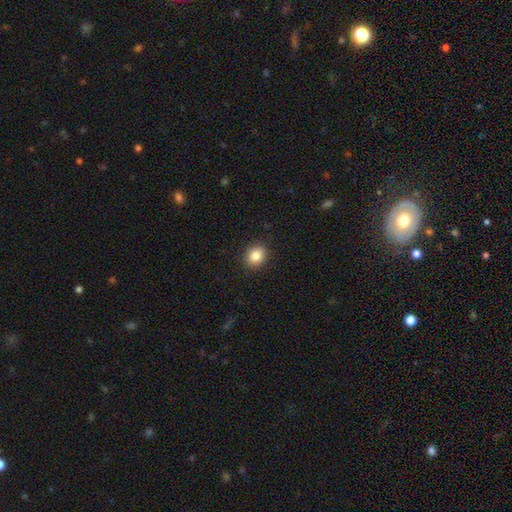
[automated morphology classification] A smooth galaxy with no disk features (85%) that is round (61%).

Vote fractions:
- Smooth or featured? smooth: 85% / star or artifact: 9% / featured or disk: 5%
- How rounded? round: 61% / in between: 38% / cigar-shaped: 1%
- Merging? none: 90% / minor disturbance: 7% / major disturbance: 2% / merger: 1%